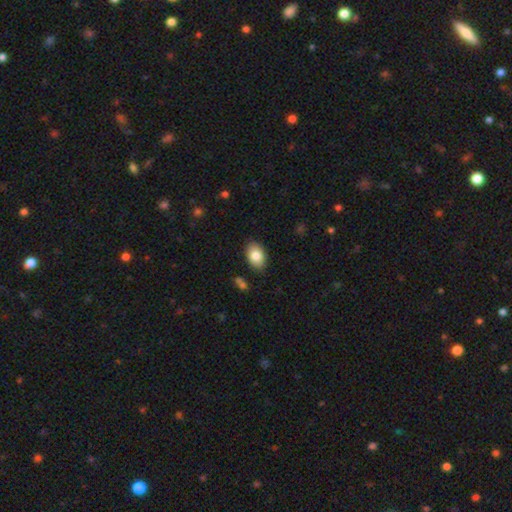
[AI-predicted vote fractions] Q: Smooth or featured?
A: smooth (84%); runner-up: featured or disk (9%)
Q: How rounded?
A: in between (87%); runner-up: round (12%)
Q: Merging?
A: none (85%); runner-up: minor disturbance (11%)